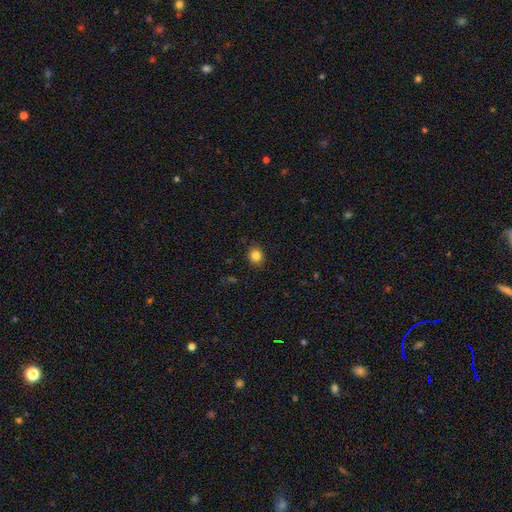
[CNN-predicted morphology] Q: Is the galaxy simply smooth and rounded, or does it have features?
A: smooth — 84%.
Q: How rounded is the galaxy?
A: round — 75%.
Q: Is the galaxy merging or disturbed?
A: none — 90%.